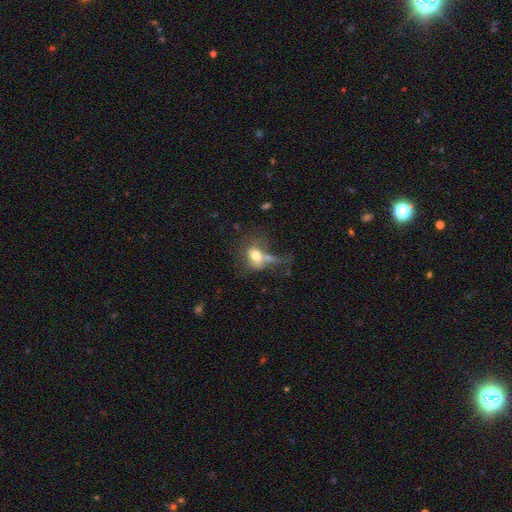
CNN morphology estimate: This is likely a smooth galaxy (62%). How rounded: likely in between (65%). Merging: marginally major disturbance (38%).